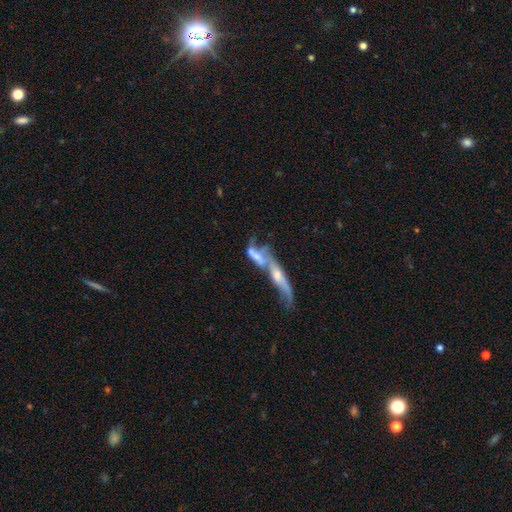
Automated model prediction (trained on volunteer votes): Q: Smooth or featured?
A: featured or disk (55%); runner-up: smooth (36%)
Q: Edge-on disk?
A: no (69%); runner-up: yes (31%)
Q: Merging?
A: merger (72%); runner-up: none (12%)